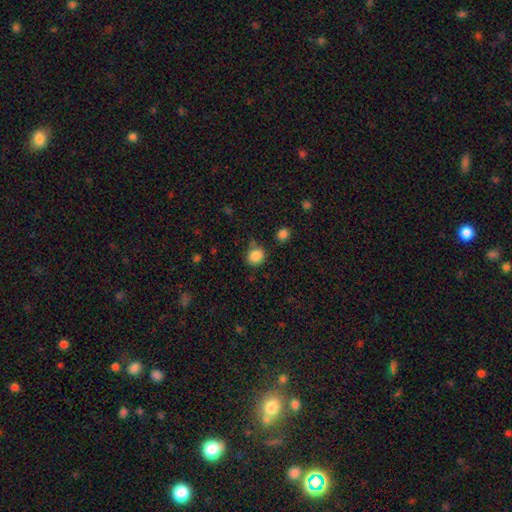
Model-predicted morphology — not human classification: smooth-or-featured: smooth: 86% | star or artifact: 10% | featured or disk: 4%
  how-rounded: round: 81% | in between: 18% | cigar-shaped: 1%
  merging: none: 74% | minor disturbance: 15% | merger: 7% | major disturbance: 5%